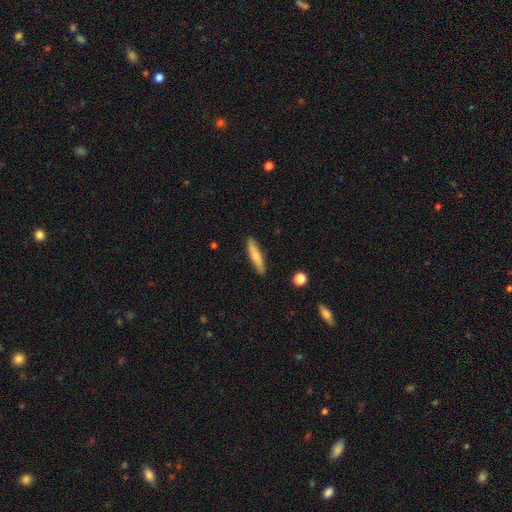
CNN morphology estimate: Smooth or featured?
  - smooth: 62% *
  - featured or disk: 32%
  - star or artifact: 6%
How rounded?
  - cigar-shaped: 84% *
  - in between: 14%
  - round: 2%
Merging?
  - none: 86% *
  - minor disturbance: 11%
  - major disturbance: 2%
  - merger: 1%